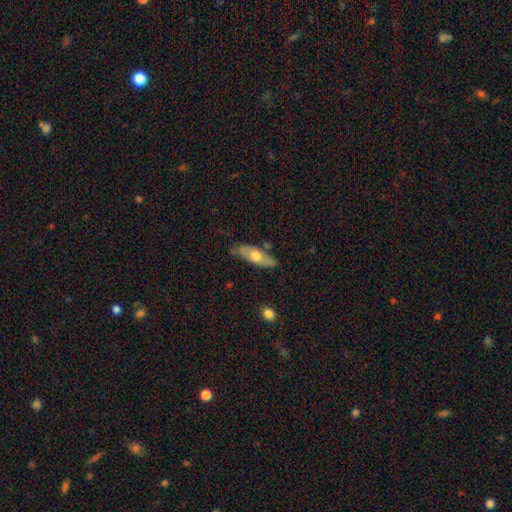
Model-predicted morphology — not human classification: A smooth galaxy with no disk features (49%). Merging: none (74%).